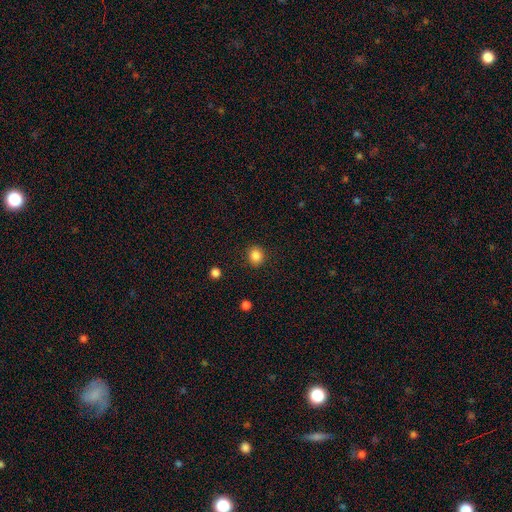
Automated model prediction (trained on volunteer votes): A smooth galaxy with no disk features (85%) that is round (78%).

Vote fractions:
- Smooth or featured? smooth: 85% / star or artifact: 11% / featured or disk: 4%
- How rounded? round: 78% / in between: 21% / cigar-shaped: 1%
- Merging? none: 89% / minor disturbance: 7% / major disturbance: 2% / merger: 1%